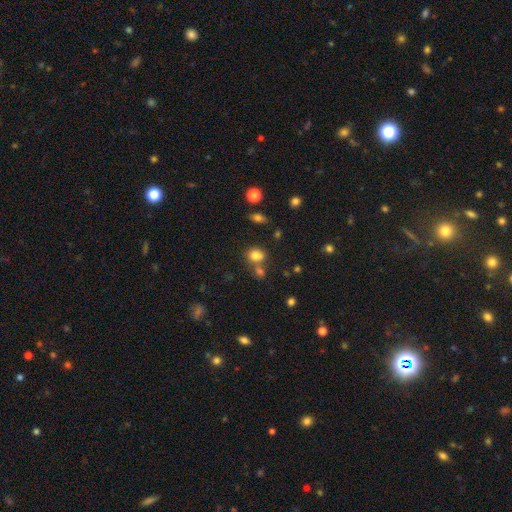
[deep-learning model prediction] smooth_or_featured: smooth (p=0.79) [alt: star or artifact p=0.13]
how_rounded: round (p=0.56) [alt: in between p=0.43]
merging: none (p=0.56) [alt: merger p=0.27]